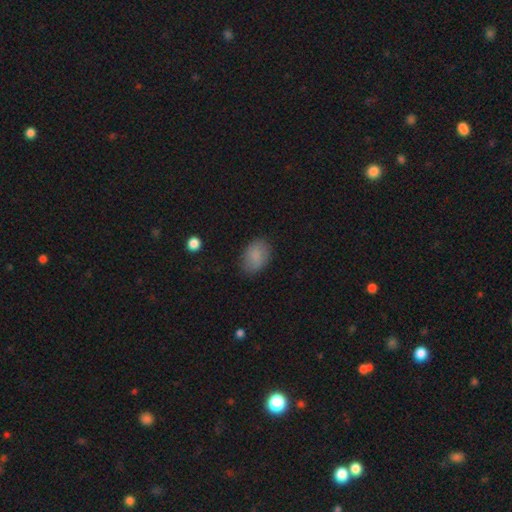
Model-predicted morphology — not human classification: smooth_or_featured: smooth (p=0.85) [alt: star or artifact p=0.08]
how_rounded: in between (p=0.82) [alt: round p=0.16]
merging: none (p=0.80) [alt: minor disturbance p=0.15]